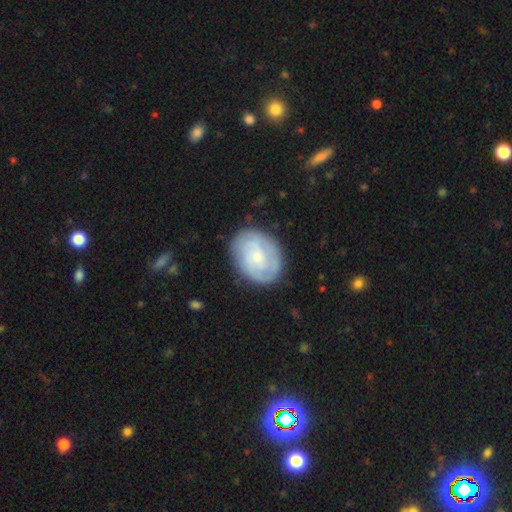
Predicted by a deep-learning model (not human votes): smooth-or-featured: featured or disk: 64% | smooth: 30% | star or artifact: 6%
  disk-edge-on: no: 97% | yes: 3%
    bar: no: 70% | weak: 26% | strong: 4%
    has-spiral-arms: yes: 86% | no: 14%
      spiral-winding: tight: 59% | medium: 31% | loose: 10%
      spiral-arm-count: can't tell: 39% | 2: 28% | 3: 17% | 4: 6% | 1: 5% | more than 4: 4%
    bulge-size: small: 71% | moderate: 24% | none: 3% | large: 2% | dominant: 1%
  merging: none: 79% | minor disturbance: 15% | major disturbance: 5% | merger: 1%